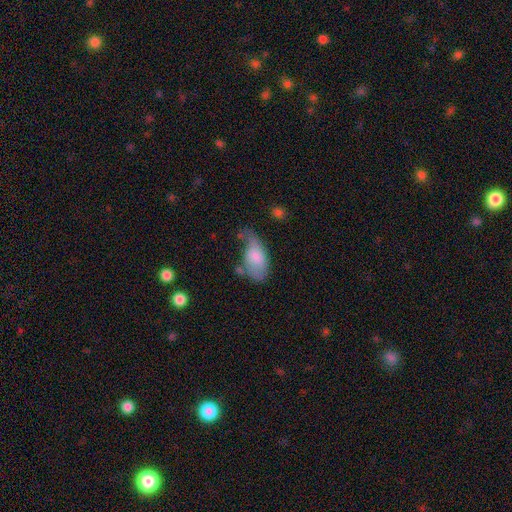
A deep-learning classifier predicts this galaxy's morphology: Overall: smooth (68%). How rounded: in between (92%). Merging: minor disturbance (36%; none 32%).